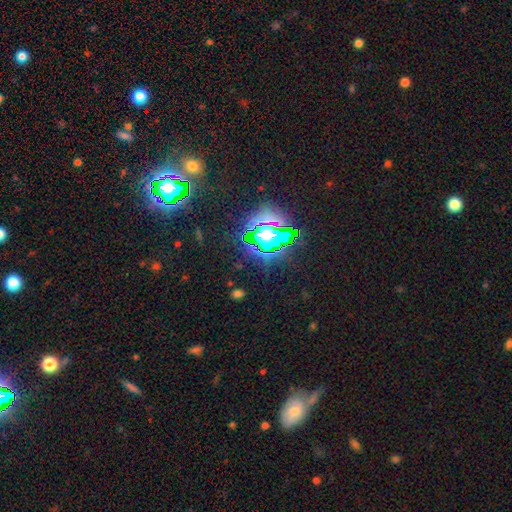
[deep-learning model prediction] Smooth or featured? Predicted: star or artifact (p=0.82).